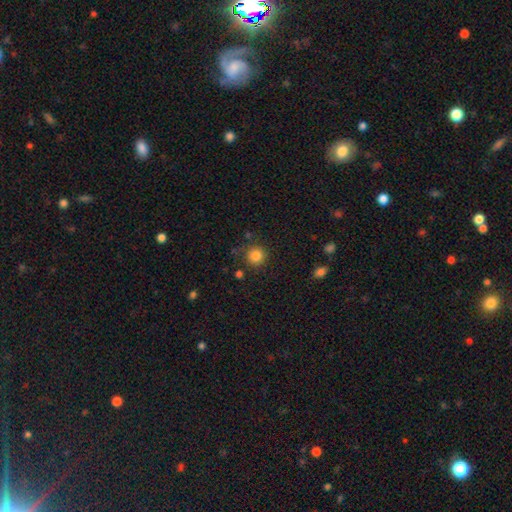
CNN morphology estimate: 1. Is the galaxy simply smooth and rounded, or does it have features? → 84% smooth, 11% star or artifact, 5% featured or disk.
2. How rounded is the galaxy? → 92% round, 7% in between, 1% cigar-shaped.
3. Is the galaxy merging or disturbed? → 81% none, 11% minor disturbance, 4% major disturbance, 3% merger.